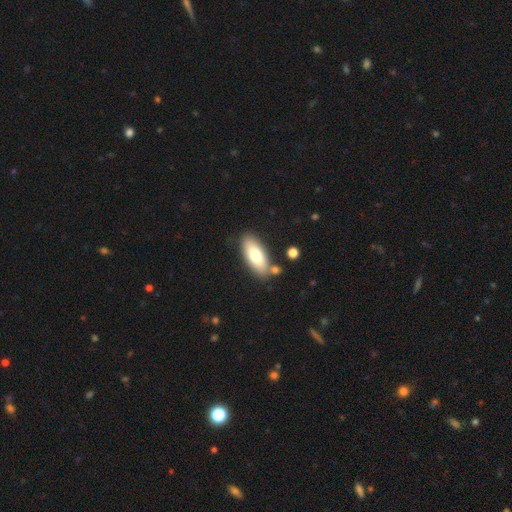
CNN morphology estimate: A smooth galaxy with no disk features (73%) that is in between round and cigar-shaped (79%). Merging: none (77%).